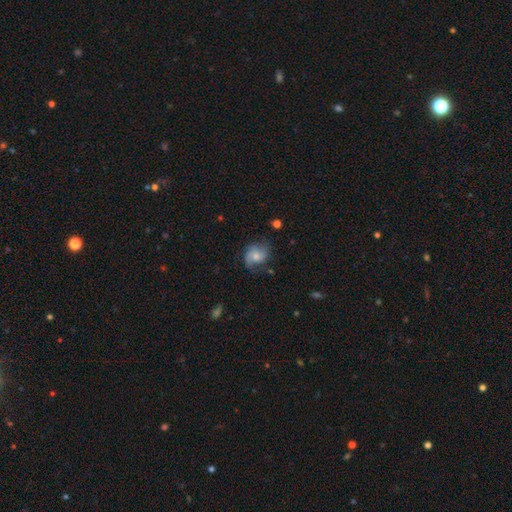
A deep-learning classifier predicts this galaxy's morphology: Smooth or featured? Predicted: featured or disk (p=0.50). Edge-on disk? Predicted: no (p=0.97). Merging? Predicted: none (p=0.61).